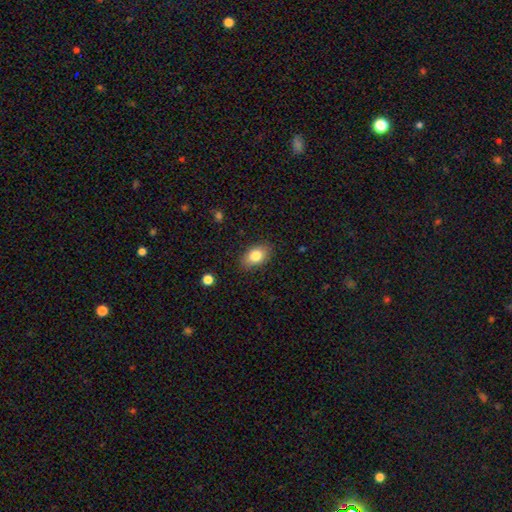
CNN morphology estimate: The model was most divided on "smooth or featured": smooth: 81%, featured or disk: 11%, star or artifact: 8%. More confident: how rounded — in between (86%); merging — none (85%).